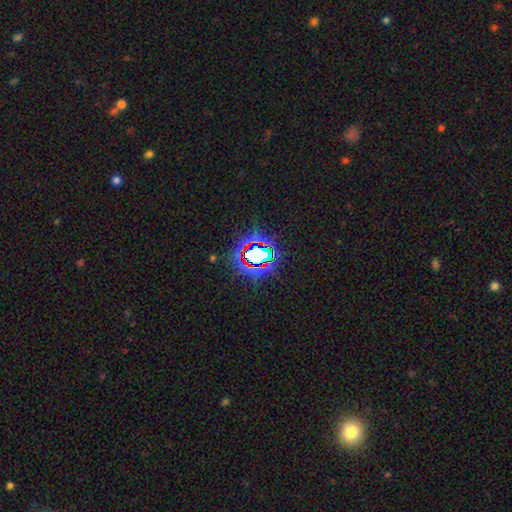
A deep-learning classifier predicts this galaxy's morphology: Overall: star or artifact (72%).